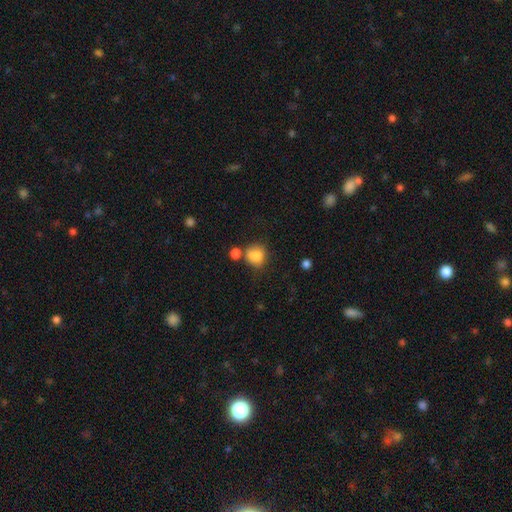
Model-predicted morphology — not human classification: The model was most divided on "merging": none: 56%, merger: 19%, minor disturbance: 19%, major disturbance: 7%. More confident: smooth or featured — smooth (81%); how rounded — round (76%).